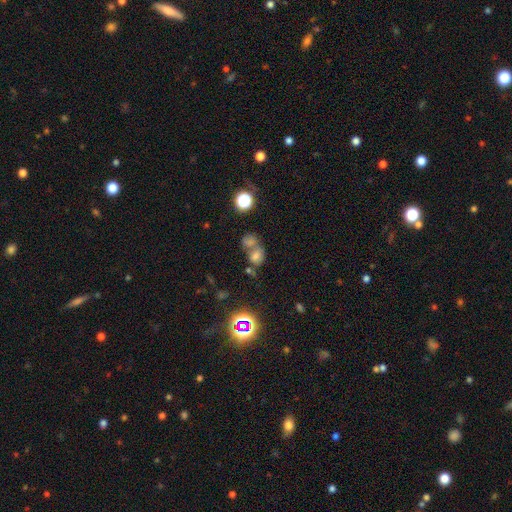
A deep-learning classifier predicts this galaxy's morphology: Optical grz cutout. It shows a smooth galaxy with no disk features (61%) that is round (56%). Merging: merger (57%).